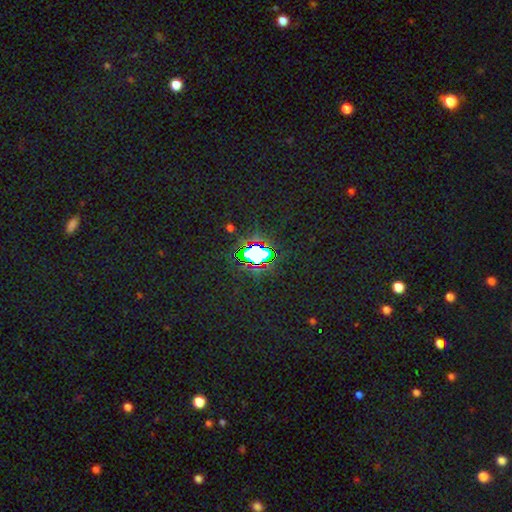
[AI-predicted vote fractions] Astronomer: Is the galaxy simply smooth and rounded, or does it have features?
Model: star or artifact — 70%.